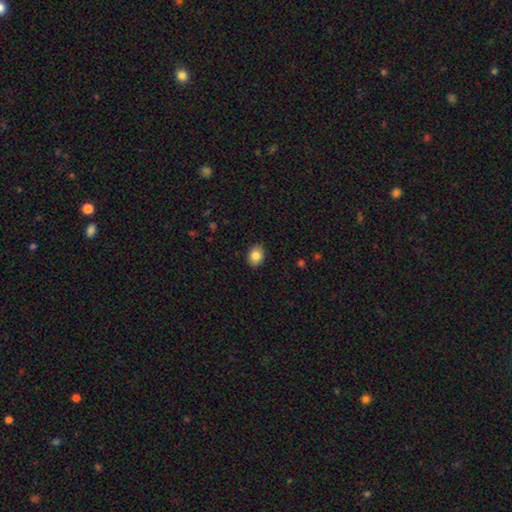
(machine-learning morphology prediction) This is clearly a smooth galaxy (84%). How rounded: likely in between (61%). Merging: clearly none (87%).